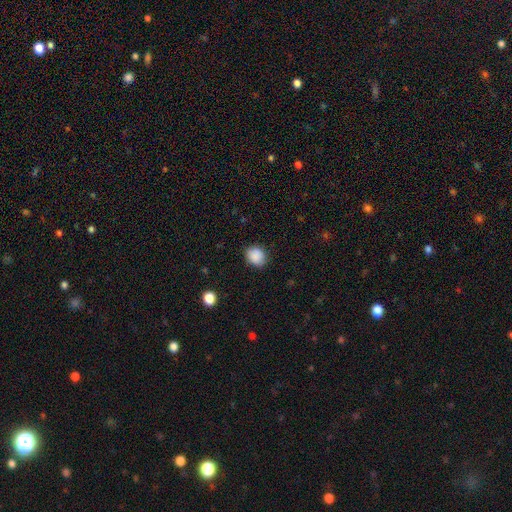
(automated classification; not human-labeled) A smooth galaxy with no disk features (88%) that is round (65%).

Vote fractions:
- Smooth or featured? smooth: 88% / star or artifact: 8% / featured or disk: 4%
- How rounded? round: 65% / in between: 35% / cigar-shaped: 1%
- Merging? none: 82% / minor disturbance: 14% / major disturbance: 3% / merger: 1%